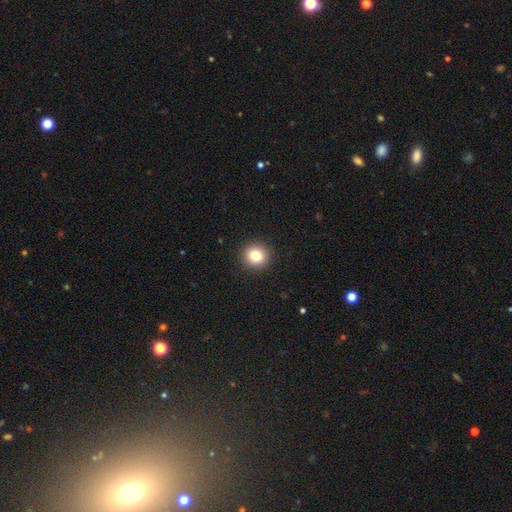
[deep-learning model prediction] This appears to be a smooth galaxy with no disk features (81%) that is round (89%). Merging: none (92%).